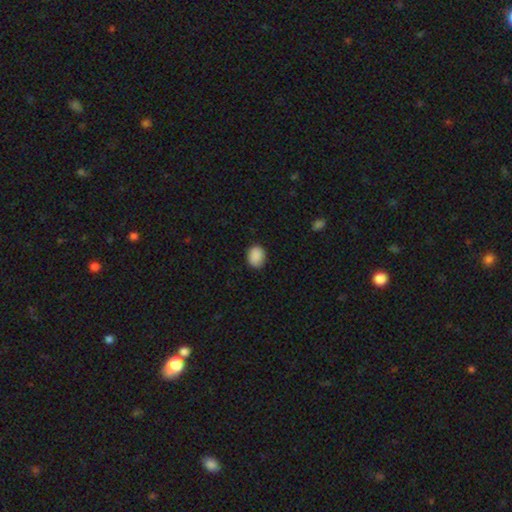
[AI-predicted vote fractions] Q: Smooth or featured?
A: smooth (90%); runner-up: star or artifact (8%)
Q: How rounded?
A: in between (57%); runner-up: round (42%)
Q: Merging?
A: none (87%); runner-up: minor disturbance (10%)